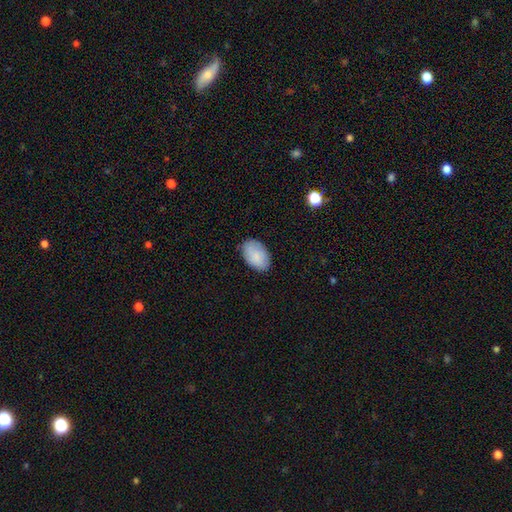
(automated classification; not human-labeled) Smooth or featured? smooth (86%)
How rounded? in between (91%)
Merging? none (83%)